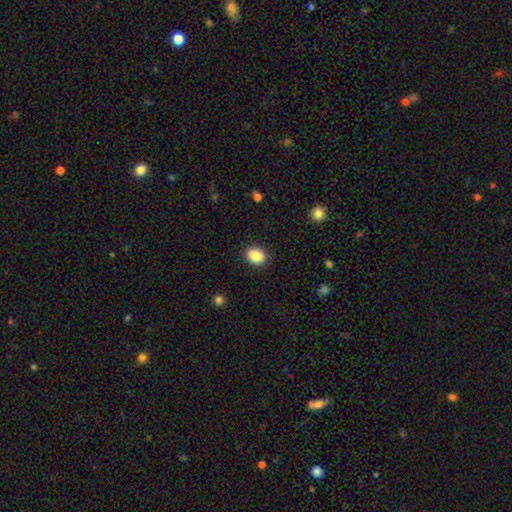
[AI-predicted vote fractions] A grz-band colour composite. It shows a smooth galaxy with no disk features (88%) that is in between round and cigar-shaped (65%). Merging: none (89%).